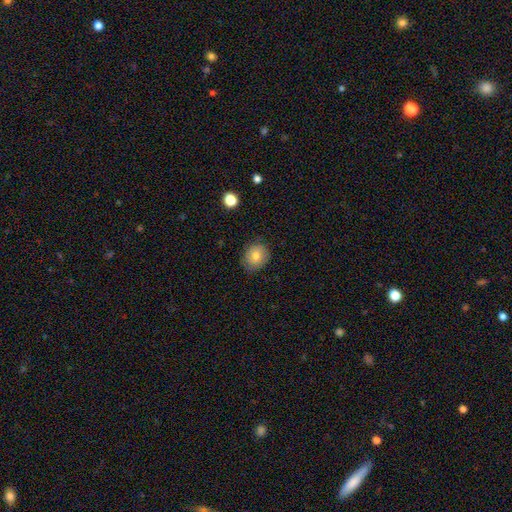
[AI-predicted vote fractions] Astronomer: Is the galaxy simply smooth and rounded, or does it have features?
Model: smooth — 76%.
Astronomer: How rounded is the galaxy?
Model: round — 70%.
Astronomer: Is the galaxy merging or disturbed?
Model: none — 78%.